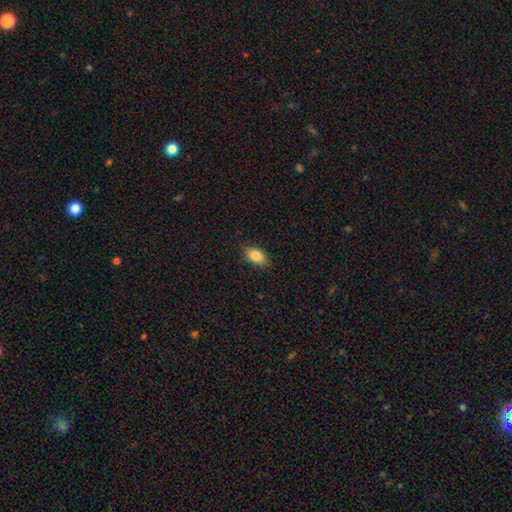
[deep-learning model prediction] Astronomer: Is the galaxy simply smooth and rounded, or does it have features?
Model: smooth — 84%.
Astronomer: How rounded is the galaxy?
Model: in between — 88%.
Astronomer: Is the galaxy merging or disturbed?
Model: none — 83%.